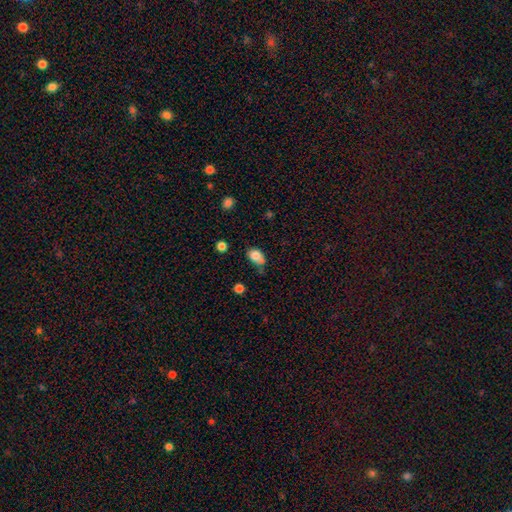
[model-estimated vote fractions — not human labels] A smooth galaxy with no disk features (80%) that is in between round and cigar-shaped (71%). Merging: none (45%).